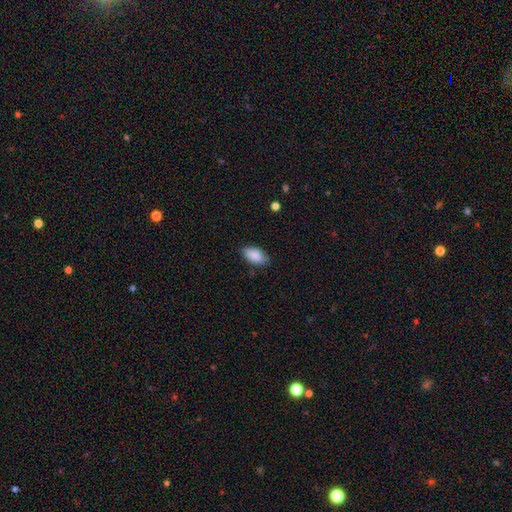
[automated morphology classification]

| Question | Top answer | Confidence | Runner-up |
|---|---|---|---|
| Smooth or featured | smooth | 87% | star or artifact (7%) |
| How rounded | in between | 92% | round (4%) |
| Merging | none | 74% | minor disturbance (21%) |